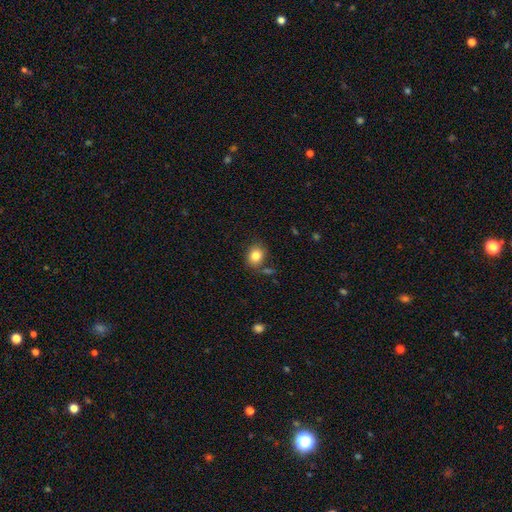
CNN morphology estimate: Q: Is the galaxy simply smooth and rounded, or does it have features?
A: smooth — 82%.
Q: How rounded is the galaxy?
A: round — 56%.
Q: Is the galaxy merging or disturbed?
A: none — 78%.